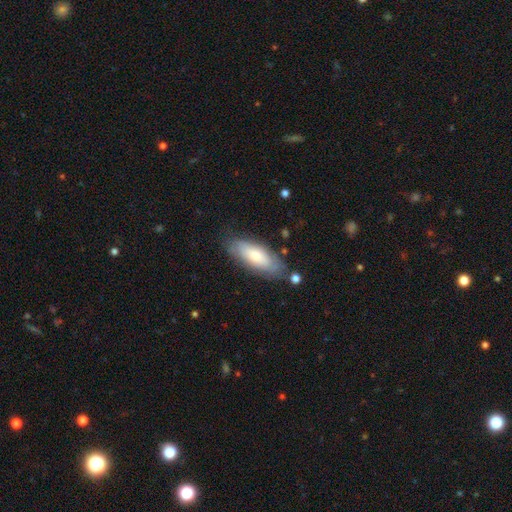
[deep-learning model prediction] The model was most divided on "smooth or featured": smooth: 62%, featured or disk: 32%, star or artifact: 6%. More confident: how rounded — in between (77%); merging — none (75%).